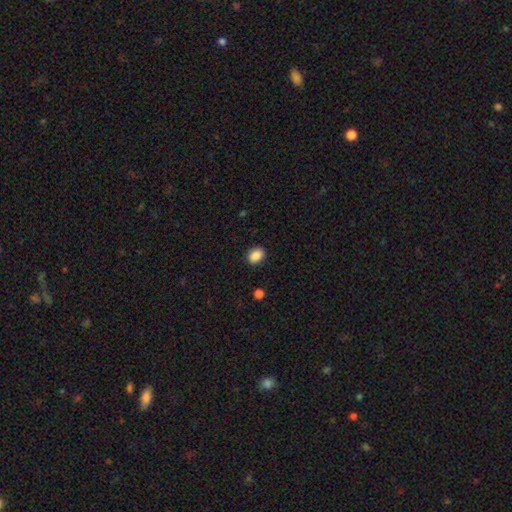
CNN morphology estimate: Smooth or featured?
  - smooth: 87% *
  - star or artifact: 9%
  - featured or disk: 4%
How rounded?
  - in between: 55% *
  - round: 44%
  - cigar-shaped: 1%
Merging?
  - none: 90% *
  - minor disturbance: 7%
  - major disturbance: 2%
  - merger: 1%